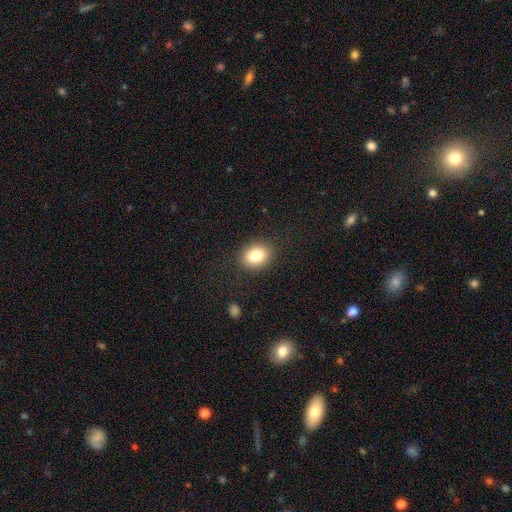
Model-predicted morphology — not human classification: type=smooth (80%); roundness=round (53%); merging=none (87%).